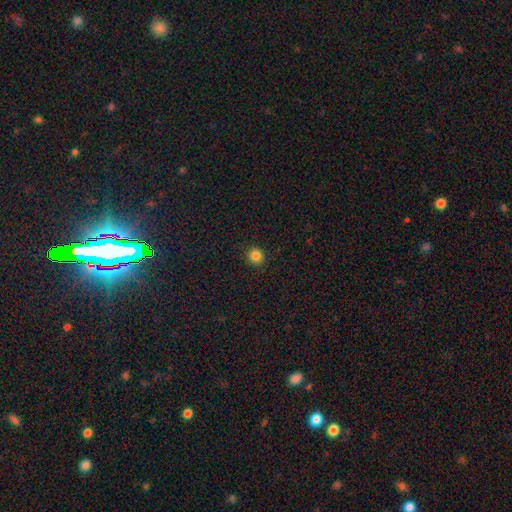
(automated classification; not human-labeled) Smooth or featured? Predicted: smooth (p=0.84). How rounded? Predicted: round (p=0.90). Merging? Predicted: none (p=0.93).